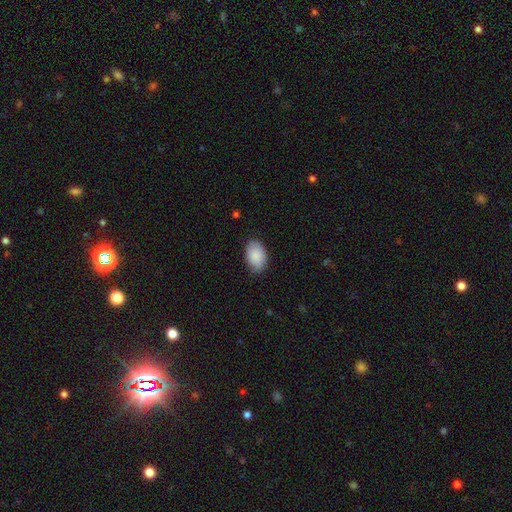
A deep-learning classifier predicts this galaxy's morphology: smooth-or-featured: smooth: 89% | star or artifact: 6% | featured or disk: 5%
  how-rounded: in between: 91% | round: 8% | cigar-shaped: 1%
  merging: none: 82% | minor disturbance: 14% | major disturbance: 3% | merger: 1%